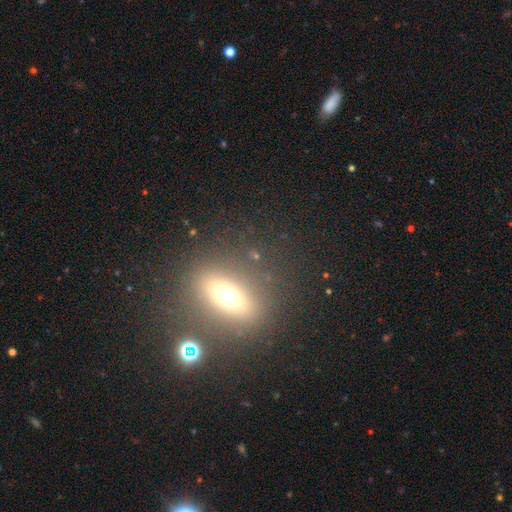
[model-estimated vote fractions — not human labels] Smooth or featured: smooth — 55% (featured or disk — 25%)
How rounded: in between — 55% (round — 24%)
Merging: none — 81% (minor disturbance — 10%)